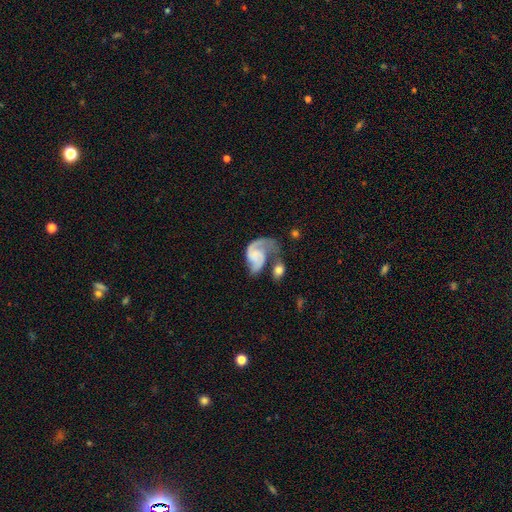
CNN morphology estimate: A featured or disk galaxy (80%) with no bar (65%), 2 (70%) medium (43%) spiral arms (93%) and no central bulge (41%). Merging: merger (30%).